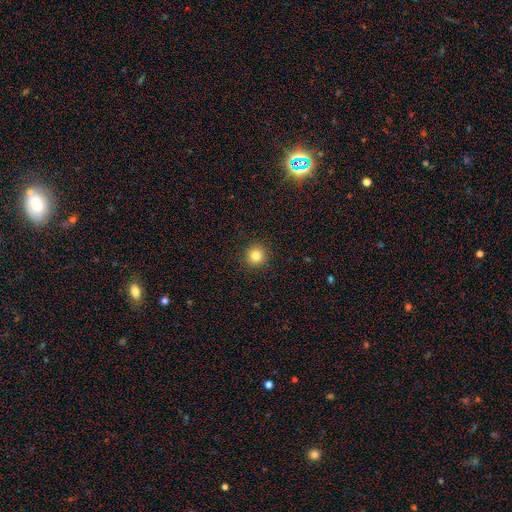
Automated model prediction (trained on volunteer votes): Smooth or featured: smooth — 82% (star or artifact — 12%)
How rounded: round — 93% (in between — 6%)
Merging: none — 92% (minor disturbance — 5%)